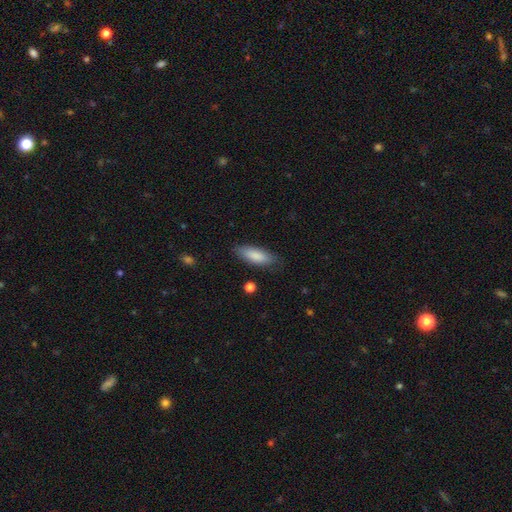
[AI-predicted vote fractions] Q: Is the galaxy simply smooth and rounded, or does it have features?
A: smooth — 86%.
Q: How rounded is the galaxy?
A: in between — 62%.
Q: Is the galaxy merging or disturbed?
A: none — 81%.